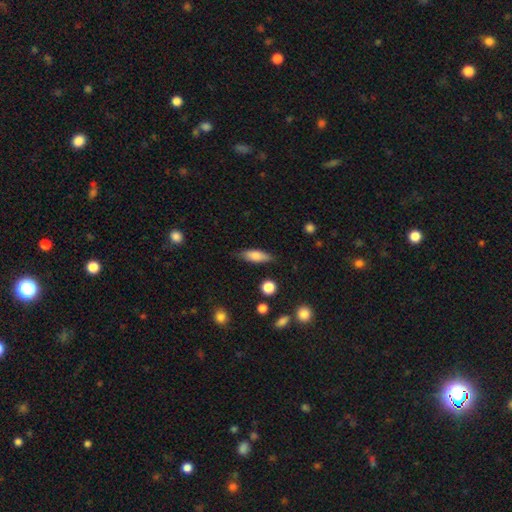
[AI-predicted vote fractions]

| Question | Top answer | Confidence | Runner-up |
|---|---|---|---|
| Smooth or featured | smooth | 75% | featured or disk (18%) |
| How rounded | in between | 59% | cigar-shaped (39%) |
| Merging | none | 81% | minor disturbance (14%) |